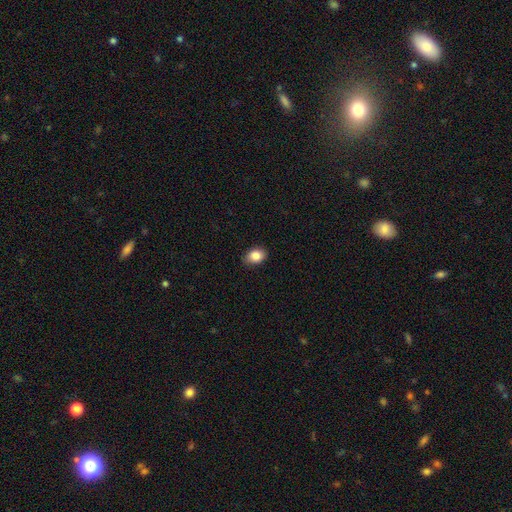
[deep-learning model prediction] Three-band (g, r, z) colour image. It shows a smooth galaxy with no disk features (86%) that is in between round and cigar-shaped (77%). Merging: none (85%).